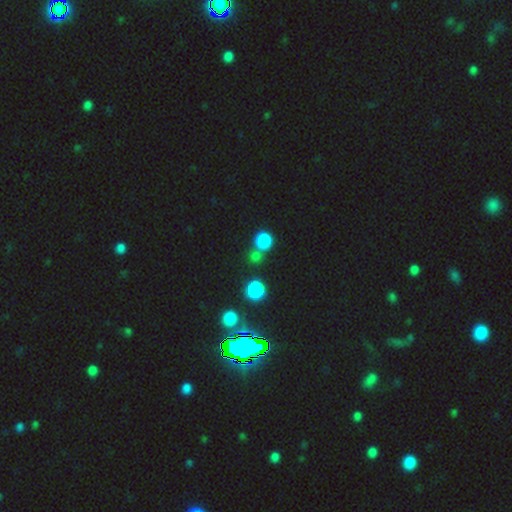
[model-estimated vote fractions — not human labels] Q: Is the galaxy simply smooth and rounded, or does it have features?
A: smooth — 75%.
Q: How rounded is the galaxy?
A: round — 88%.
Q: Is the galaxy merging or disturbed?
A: none — 66%.